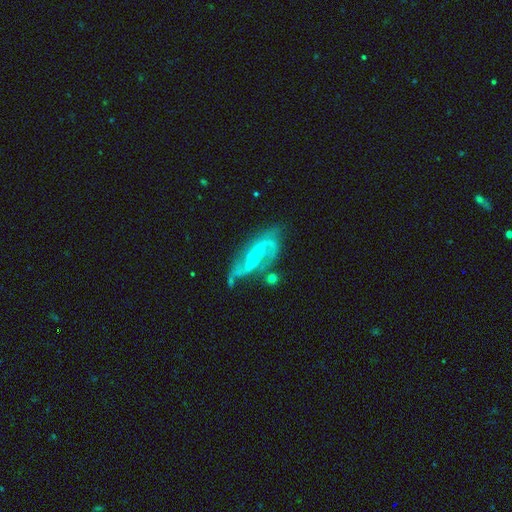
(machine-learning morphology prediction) Overall: featured or disk (87%). Edge-on disk: no (94%). Bar: weak (41%; strong 30%). Spiral arms: yes (95%). Spiral arm count: 2 (86%). Spiral winding: loose (44%; medium 42%). Bulge size: small (66%). Merging: none (56%; minor disturbance 22%).